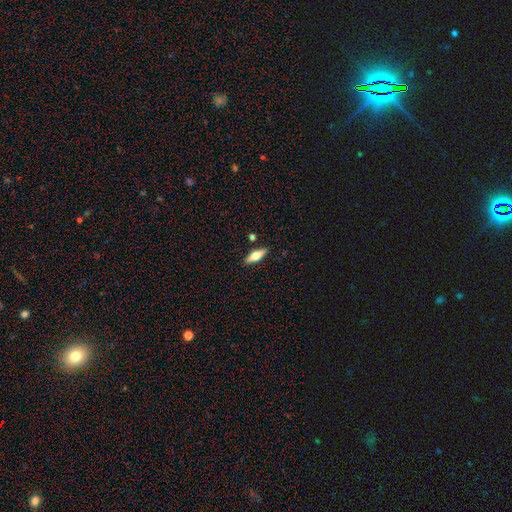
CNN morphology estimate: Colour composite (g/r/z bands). It shows a smooth galaxy with no disk features (51%) that is in between round and cigar-shaped (52%). Merging: none (86%).